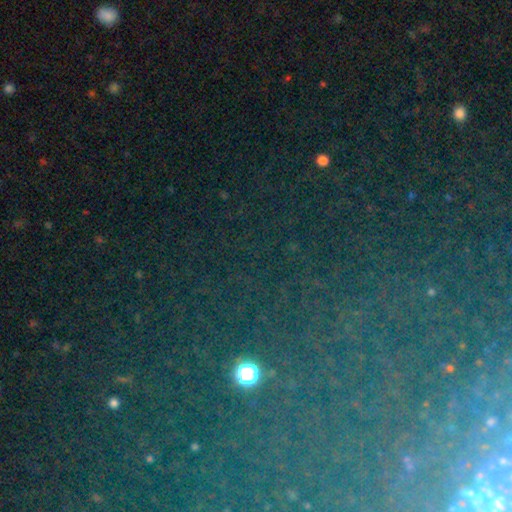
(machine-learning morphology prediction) Q: Smooth or featured?
A: star or artifact (75%); runner-up: smooth (14%)